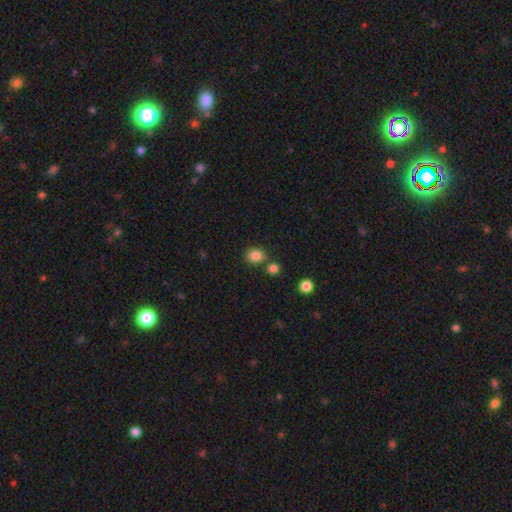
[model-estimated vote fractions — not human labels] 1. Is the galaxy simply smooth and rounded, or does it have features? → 84% smooth, 11% star or artifact, 4% featured or disk.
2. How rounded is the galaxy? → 69% round, 30% in between, 1% cigar-shaped.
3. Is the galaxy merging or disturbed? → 72% none, 15% merger, 10% minor disturbance, 3% major disturbance.